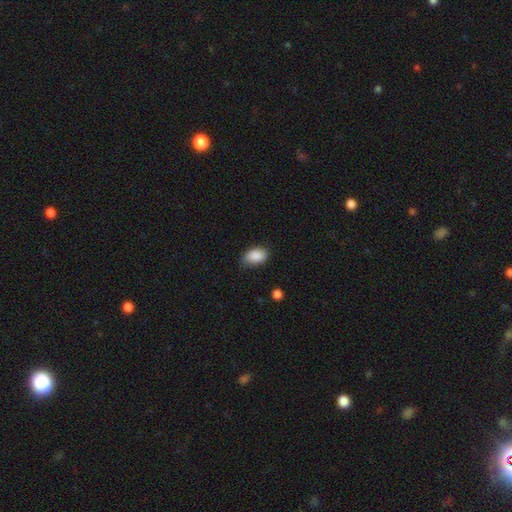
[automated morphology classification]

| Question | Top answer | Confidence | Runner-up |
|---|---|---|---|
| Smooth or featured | smooth | 88% | star or artifact (7%) |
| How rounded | in between | 90% | round (9%) |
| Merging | none | 76% | minor disturbance (19%) |